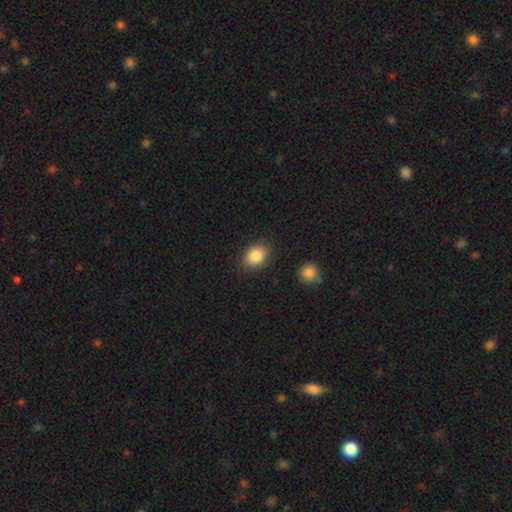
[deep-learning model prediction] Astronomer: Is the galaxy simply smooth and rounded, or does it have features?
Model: smooth — 86%.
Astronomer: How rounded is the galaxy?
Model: in between — 66%.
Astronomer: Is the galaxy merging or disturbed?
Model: none — 84%.